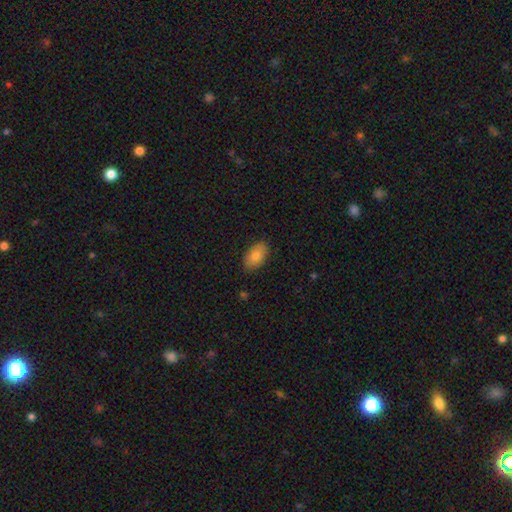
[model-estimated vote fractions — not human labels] Smooth or featured?
  - smooth: 83% *
  - featured or disk: 10%
  - star or artifact: 7%
How rounded?
  - in between: 93% *
  - round: 5%
  - cigar-shaped: 2%
Merging?
  - none: 86% *
  - minor disturbance: 11%
  - major disturbance: 2%
  - merger: 1%